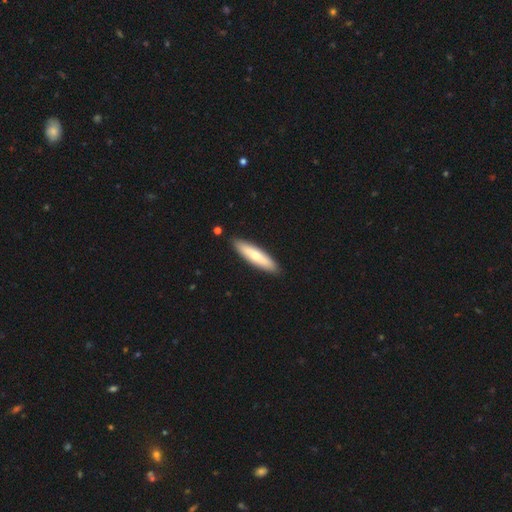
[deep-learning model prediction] Q: Smooth or featured?
A: smooth (64%); runner-up: featured or disk (31%)
Q: How rounded?
A: cigar-shaped (76%); runner-up: in between (22%)
Q: Merging?
A: none (90%); runner-up: minor disturbance (7%)